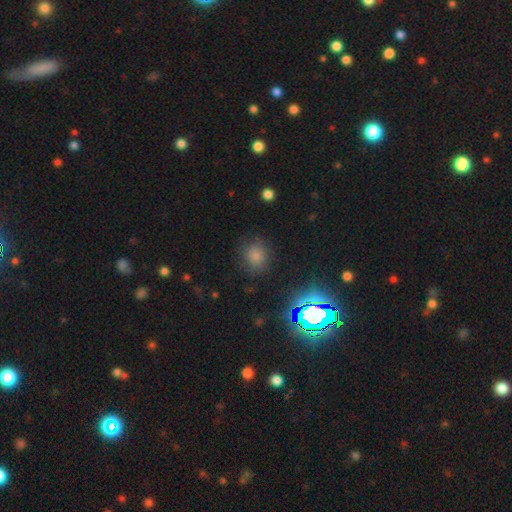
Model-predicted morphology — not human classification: Smooth or featured?
  - smooth: 74% *
  - star or artifact: 19%
  - featured or disk: 7%
How rounded?
  - round: 74% *
  - in between: 25%
  - cigar-shaped: 1%
Merging?
  - none: 79% *
  - minor disturbance: 14%
  - major disturbance: 5%
  - merger: 2%